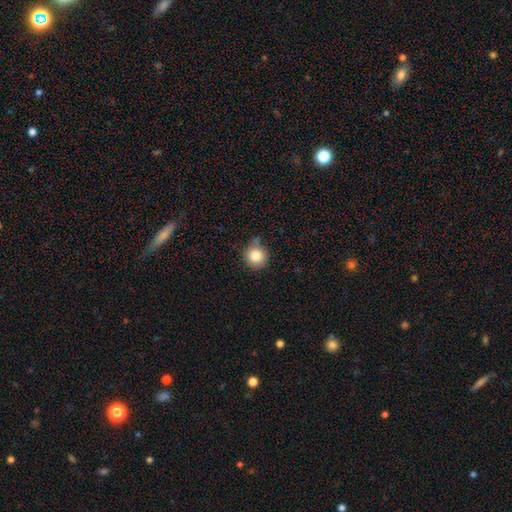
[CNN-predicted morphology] smooth 84%, star or artifact 10%, featured or disk 6%. Down the decision tree: how rounded — round (92%); merging — none (72%).